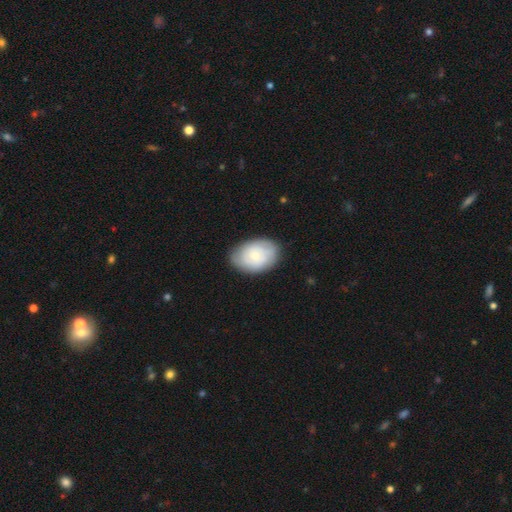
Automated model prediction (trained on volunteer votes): Smooth or featured? smooth (54%)
How rounded? in between (82%)
Merging? none (80%)